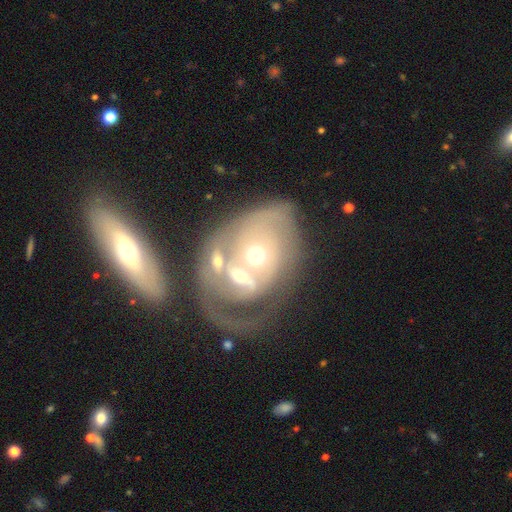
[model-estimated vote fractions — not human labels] Q: Smooth or featured?
A: featured or disk (72%); runner-up: smooth (20%)
Q: Edge-on disk?
A: no (95%); runner-up: yes (5%)
Q: Bar?
A: no (78%); runner-up: weak (17%)
Q: Spiral arms?
A: yes (65%); runner-up: no (35%)
Q: Bulge size?
A: moderate (66%); runner-up: small (25%)
Q: Merging?
A: merger (58%); runner-up: none (19%)